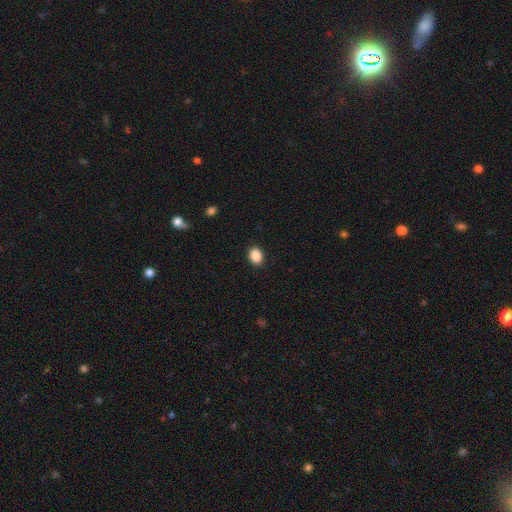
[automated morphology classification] smooth 89%, star or artifact 8%, featured or disk 3%. Down the decision tree: how rounded — in between (64%); merging — none (90%).